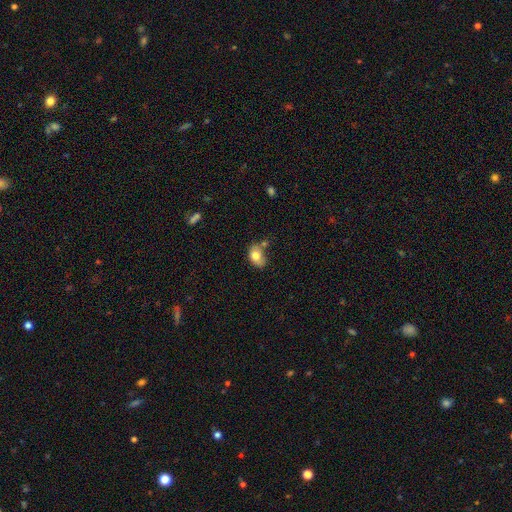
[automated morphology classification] A smooth galaxy with no disk features (76%) that is in between round and cigar-shaped (78%). Merging: none (44%).